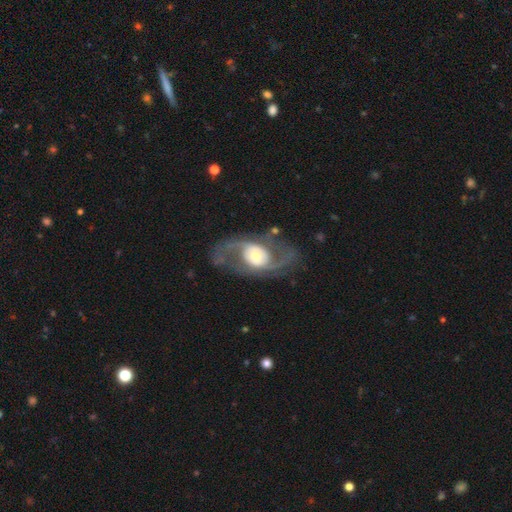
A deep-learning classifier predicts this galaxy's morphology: Smooth or featured? featured or disk (83%)
Edge-on disk? no (95%)
Bar? no (64%)
Spiral arms? yes (86%)
Spiral winding? medium (46%)
Spiral arm count? 2 (90%)
Bulge size? moderate (52%)
Merging? none (66%)